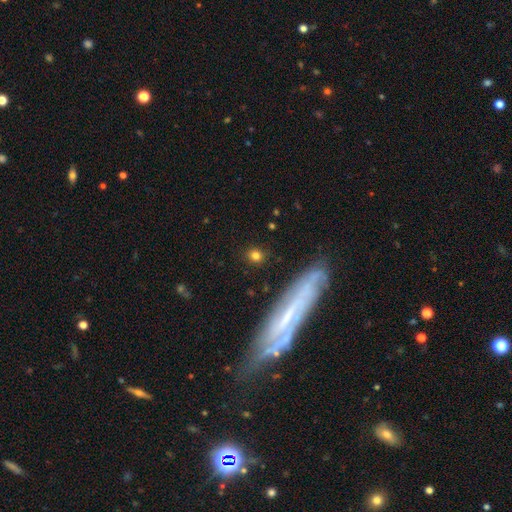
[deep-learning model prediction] smooth_or_featured: smooth (p=0.79) [alt: star or artifact p=0.11]
how_rounded: round (p=0.70) [alt: in between p=0.25]
merging: none (p=0.85) [alt: minor disturbance p=0.09]